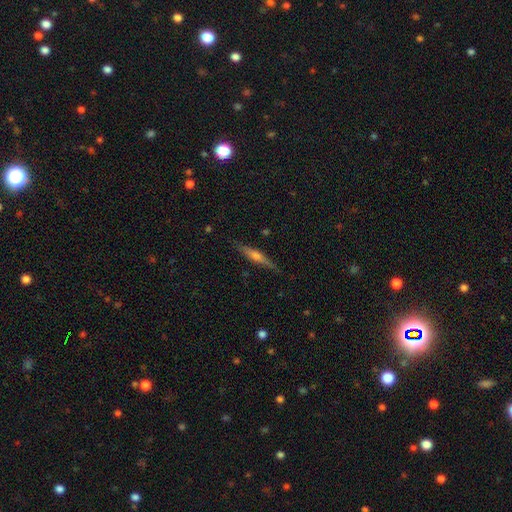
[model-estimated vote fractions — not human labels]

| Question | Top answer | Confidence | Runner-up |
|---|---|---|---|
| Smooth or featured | featured or disk | 70% | smooth (24%) |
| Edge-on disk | yes | 97% | no (3%) |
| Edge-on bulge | rounded | 78% | boxy (13%) |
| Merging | none | 89% | minor disturbance (9%) |